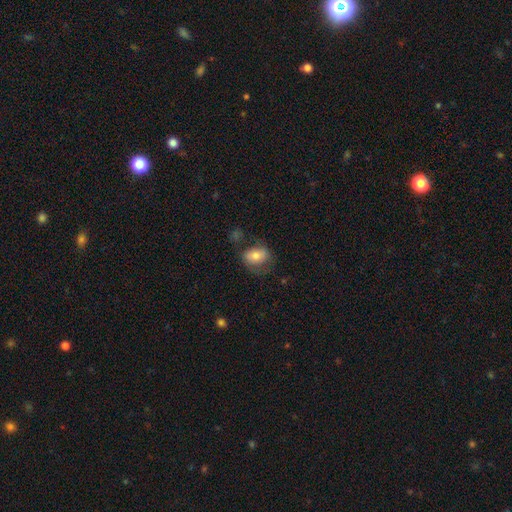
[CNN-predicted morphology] This is likely a smooth galaxy (69%). How rounded: likely in between (75%). Merging: possibly none (56%).